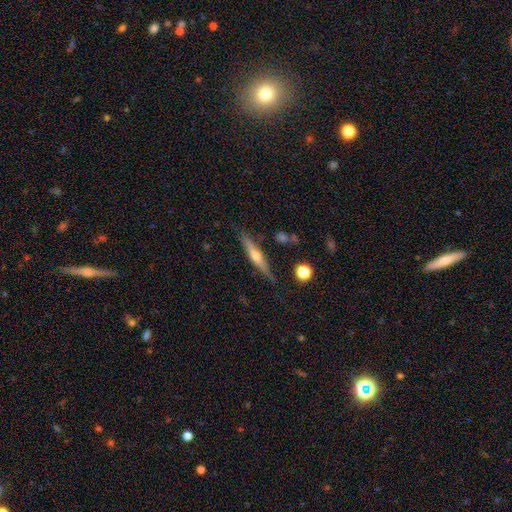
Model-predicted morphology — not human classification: Q: Smooth or featured?
A: featured or disk (60%); runner-up: smooth (33%)
Q: Edge-on disk?
A: yes (95%); runner-up: no (5%)
Q: Edge-on bulge?
A: rounded (84%); runner-up: none (12%)
Q: Merging?
A: none (83%); runner-up: minor disturbance (12%)